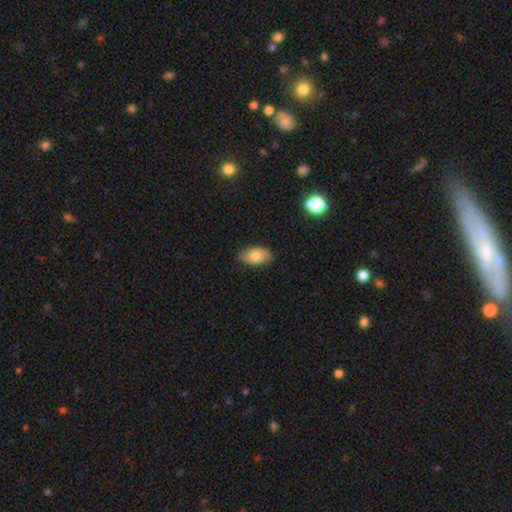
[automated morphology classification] Smooth or featured? smooth (82%)
How rounded? in between (93%)
Merging? none (82%)